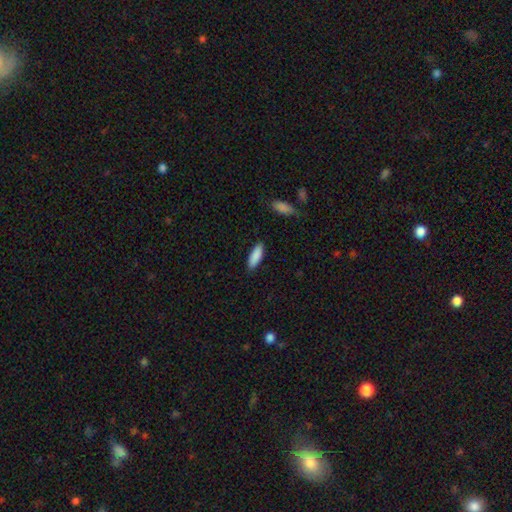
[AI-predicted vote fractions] A smooth galaxy with no disk features (88%) that is in between round and cigar-shaped (57%).

Vote fractions:
- Smooth or featured? smooth: 88% / featured or disk: 6% / star or artifact: 6%
- How rounded? in between: 57% / cigar-shaped: 41% / round: 1%
- Merging? none: 87% / minor disturbance: 10% / major disturbance: 2% / merger: 2%